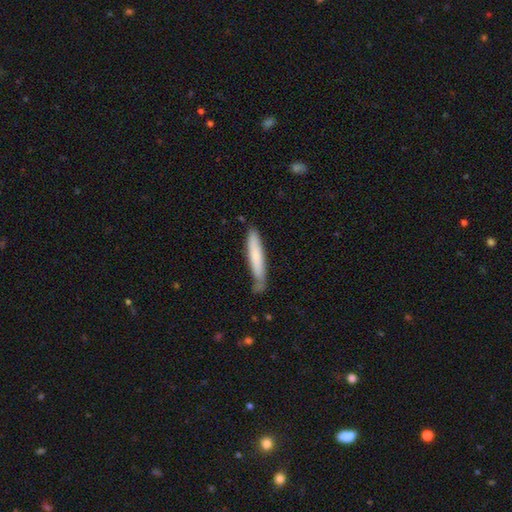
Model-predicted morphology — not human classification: smooth 71%, featured or disk 23%, star or artifact 5%. Down the decision tree: how rounded — cigar-shaped (91%); merging — none (67%).